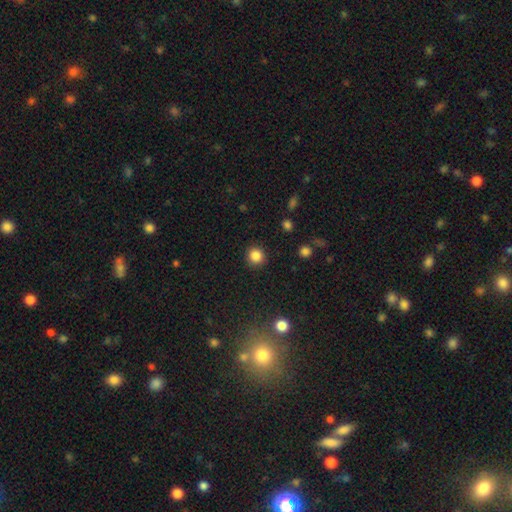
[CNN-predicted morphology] Overall: smooth (86%). How rounded: round (91%). Merging: none (91%).